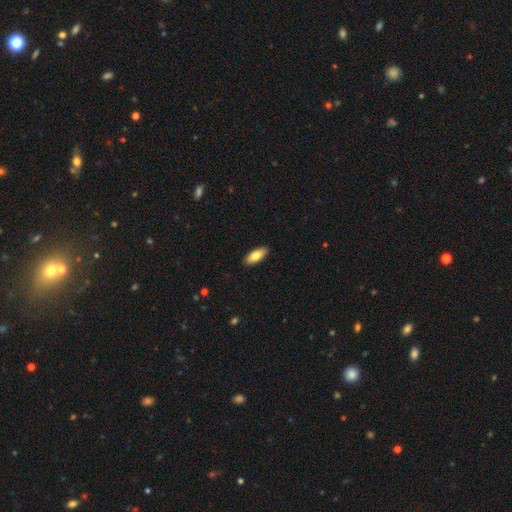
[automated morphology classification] smooth_or_featured: smooth (p=0.81) [alt: featured or disk p=0.13]
how_rounded: in between (p=0.78) [alt: cigar-shaped p=0.20]
merging: none (p=0.90) [alt: minor disturbance p=0.08]